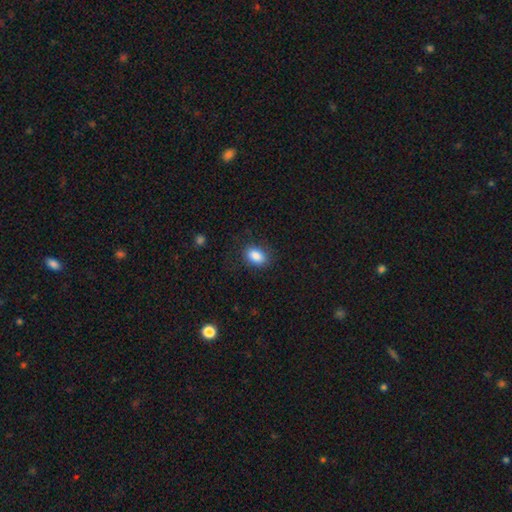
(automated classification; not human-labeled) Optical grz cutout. It shows a smooth galaxy with no disk features (87%) that is in between round and cigar-shaped (82%). Merging: none (84%).